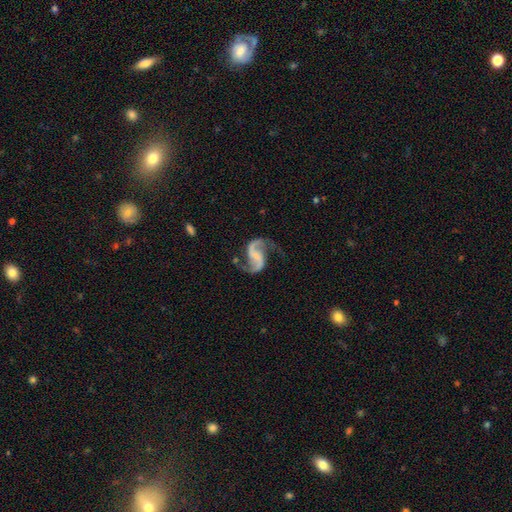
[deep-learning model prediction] The model was most divided on "bar": weak: 41%, no: 34%, strong: 24%. More confident: edge-on disk — no (98%); spiral arms — yes (98%); spiral arm count — 2 (94%); smooth or featured — featured or disk (91%); merging — none (70%); spiral winding — loose (61%); bulge size — none (54%).